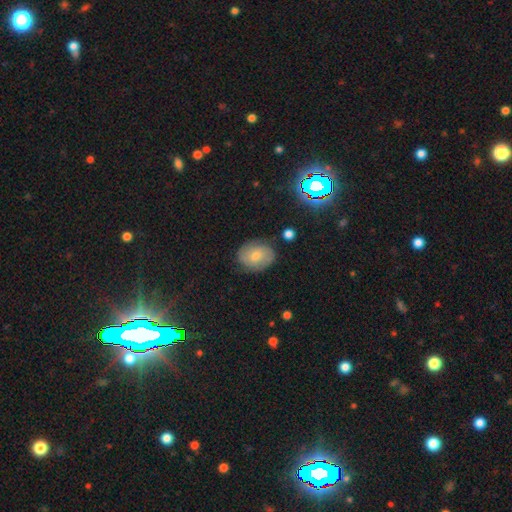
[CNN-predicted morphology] A featured or disk galaxy (42%).

Vote fractions:
- Smooth or featured? featured or disk: 42% / smooth: 40% / star or artifact: 18%
- Merging? none: 82% / minor disturbance: 13% / major disturbance: 3% / merger: 1%